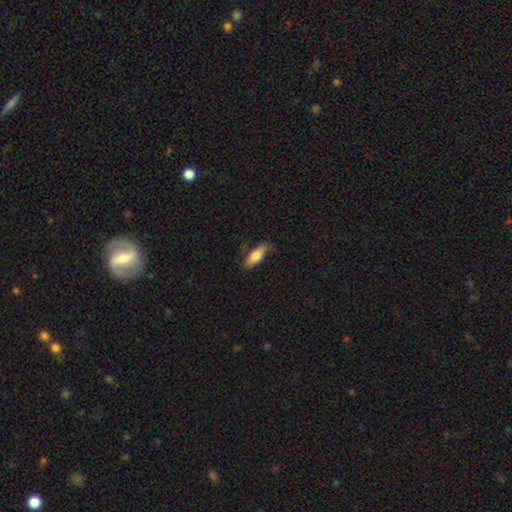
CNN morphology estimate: A smooth galaxy with no disk features (73%) that is in between round and cigar-shaped (62%). Merging: none (72%).